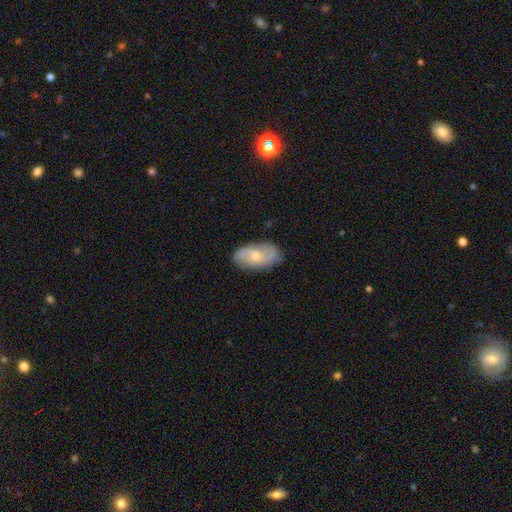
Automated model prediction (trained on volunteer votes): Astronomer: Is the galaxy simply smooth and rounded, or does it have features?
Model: featured or disk — 54% (runner-up: smooth, 40%).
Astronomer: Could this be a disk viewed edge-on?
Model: no — 93%.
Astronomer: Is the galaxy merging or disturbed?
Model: none — 75%.